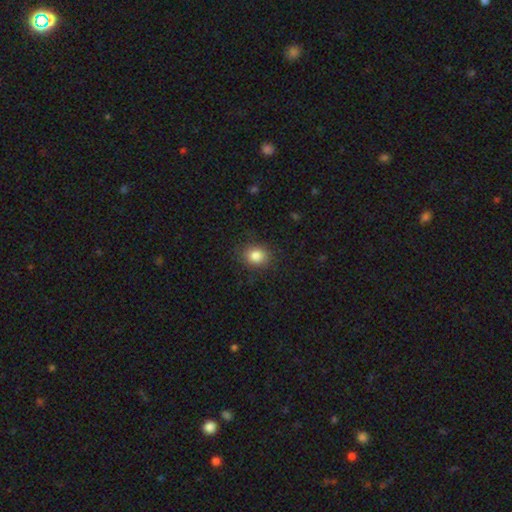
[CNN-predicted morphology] Overall: smooth (84%). How rounded: round (58%; in between 41%). Merging: none (86%).